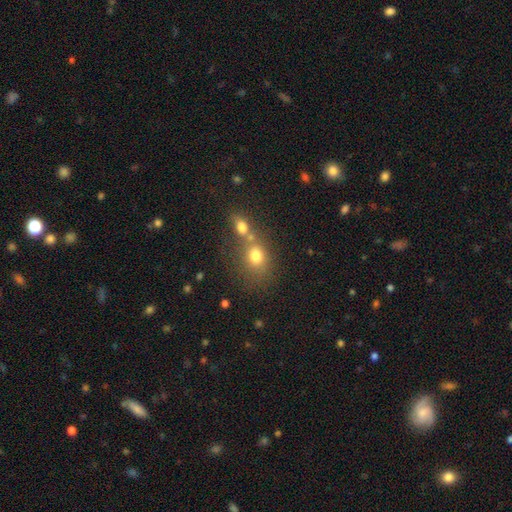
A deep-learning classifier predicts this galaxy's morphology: Q: Smooth or featured?
A: smooth (76%); runner-up: star or artifact (13%)
Q: How rounded?
A: round (50%); runner-up: in between (49%)
Q: Merging?
A: none (44%); runner-up: merger (40%)